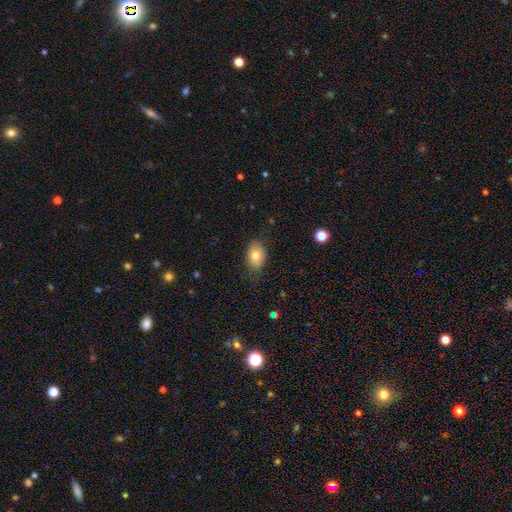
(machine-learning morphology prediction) This appears to be a smooth galaxy with no disk features (76%) that is in between round and cigar-shaped (86%). Merging: none (76%).